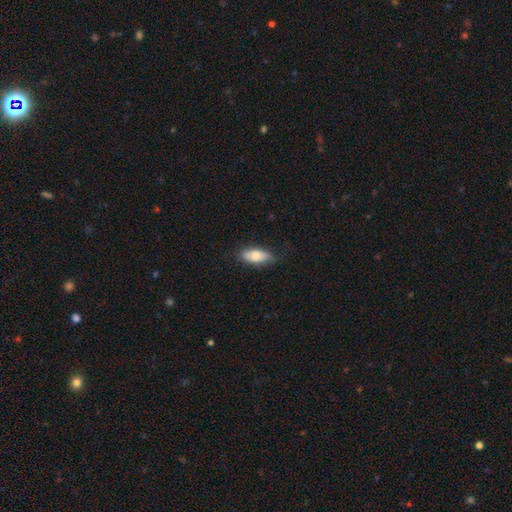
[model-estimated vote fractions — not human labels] The model was most divided on "merging": none: 69%, minor disturbance: 24%, major disturbance: 5%, merger: 1%. More confident: how rounded — in between (84%); smooth or featured — smooth (75%).